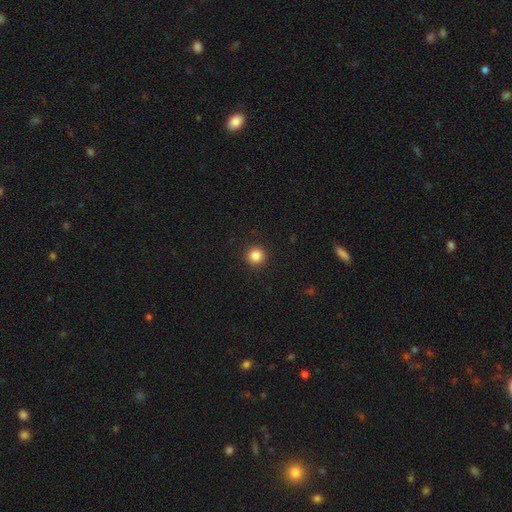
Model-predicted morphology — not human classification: smooth 85%, star or artifact 11%, featured or disk 4%. Down the decision tree: how rounded — round (96%); merging — none (93%).